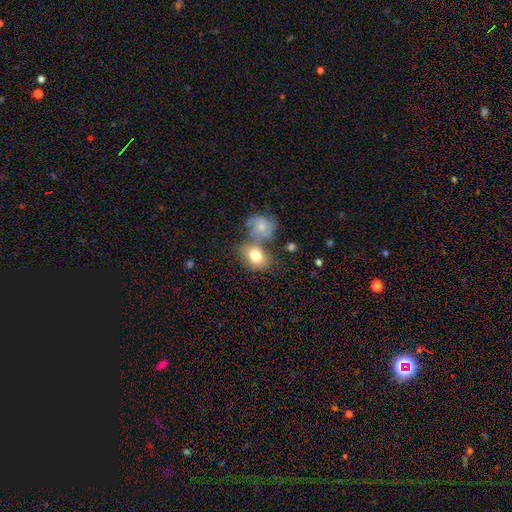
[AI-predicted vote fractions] Smooth or featured? Predicted: smooth (p=0.77). How rounded? Predicted: in between (p=0.61). Merging? Predicted: none (p=0.42).